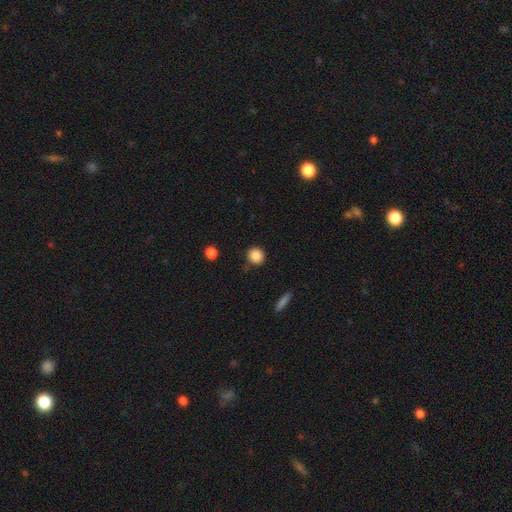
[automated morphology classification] Overall: smooth (86%). How rounded: round (91%). Merging: none (88%).